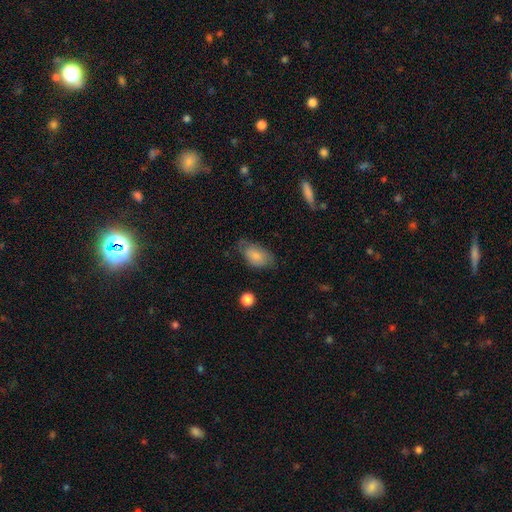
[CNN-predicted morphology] Q: Smooth or featured?
A: smooth (80%); runner-up: featured or disk (13%)
Q: How rounded?
A: in between (92%); runner-up: round (6%)
Q: Merging?
A: none (59%); runner-up: minor disturbance (29%)